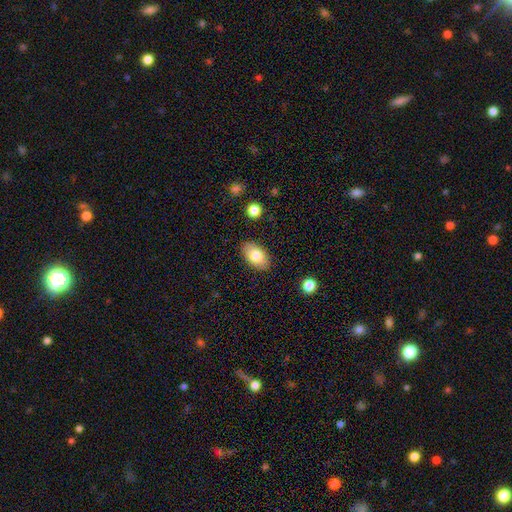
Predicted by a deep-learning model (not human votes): Overall: smooth (81%). How rounded: in between (92%). Merging: none (86%).